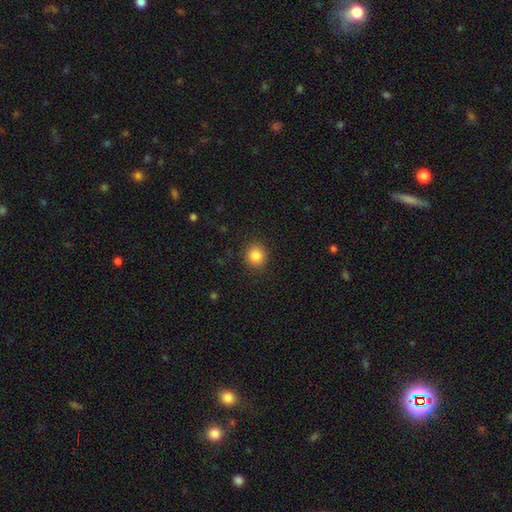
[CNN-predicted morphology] Smooth or featured? Predicted: smooth (p=0.85). How rounded? Predicted: round (p=0.89). Merging? Predicted: none (p=0.90).